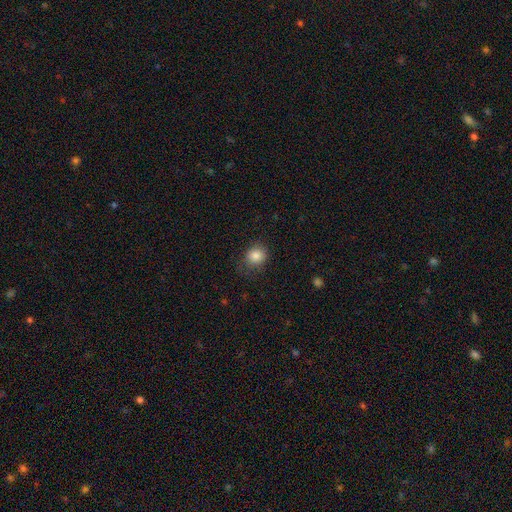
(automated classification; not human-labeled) Smooth or featured?
  - smooth: 85% *
  - star or artifact: 10%
  - featured or disk: 5%
How rounded?
  - round: 69% *
  - in between: 30%
  - cigar-shaped: 1%
Merging?
  - none: 73% *
  - minor disturbance: 20%
  - major disturbance: 6%
  - merger: 1%